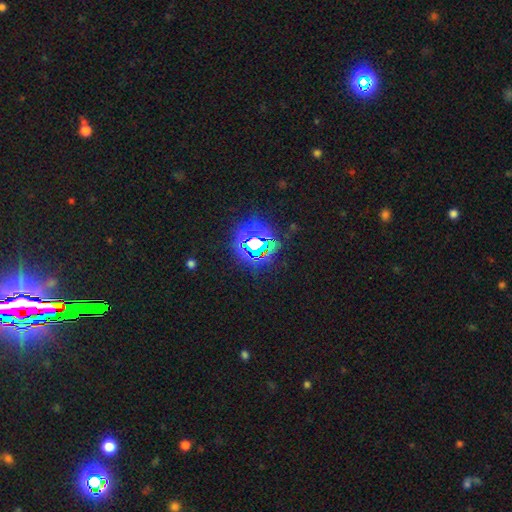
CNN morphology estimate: star or artifact 78%, smooth 13%, featured or disk 9%.